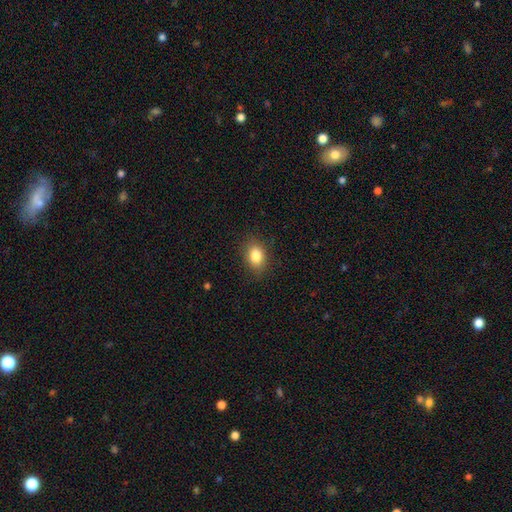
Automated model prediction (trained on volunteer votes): This appears to be a smooth galaxy with no disk features (84%) that is in between round and cigar-shaped (74%). Merging: none (86%).